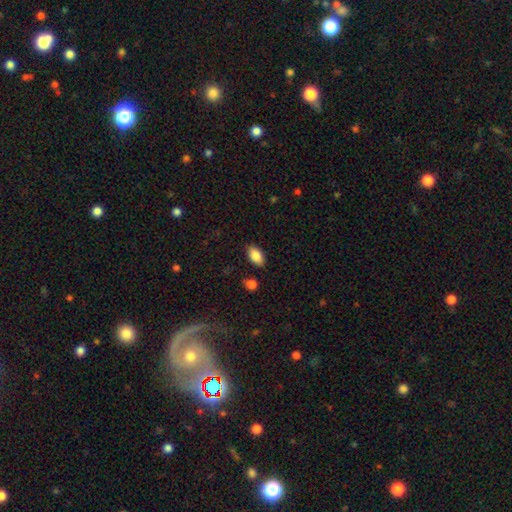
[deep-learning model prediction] smooth 85%, featured or disk 8%, star or artifact 7%. Down the decision tree: how rounded — in between (93%); merging — none (85%).